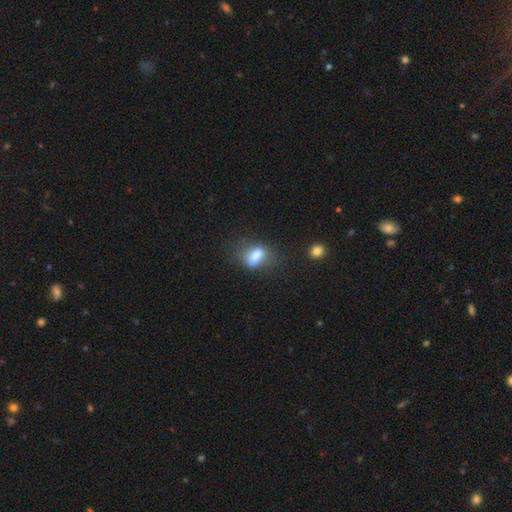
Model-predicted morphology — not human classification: Smooth or featured? smooth (76%)
How rounded? in between (76%)
Merging? none (58%)